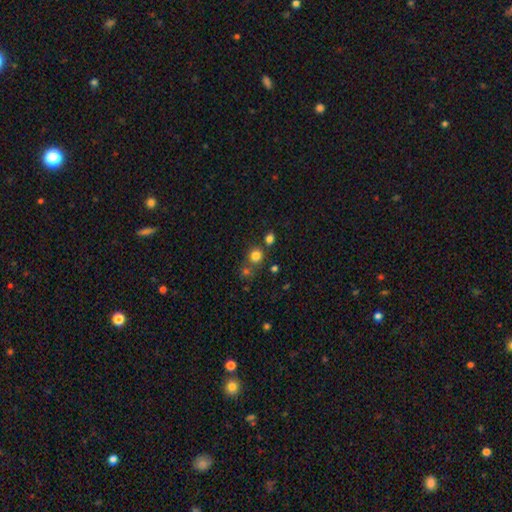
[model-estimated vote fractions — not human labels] Q: Smooth or featured?
A: smooth (78%); runner-up: star or artifact (15%)
Q: How rounded?
A: round (84%); runner-up: in between (15%)
Q: Merging?
A: none (69%); runner-up: merger (18%)